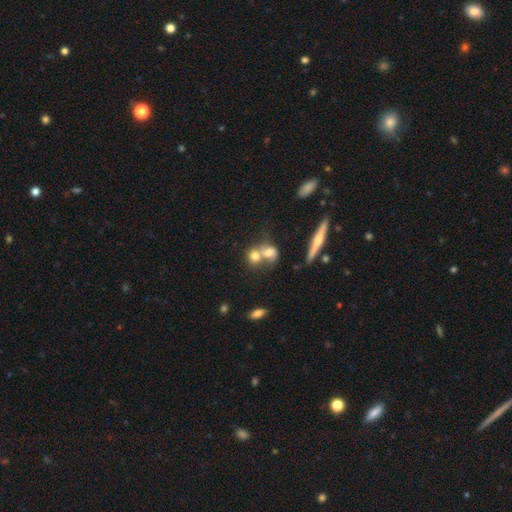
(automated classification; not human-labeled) This is likely a smooth galaxy (70%). How rounded: likely round (65%). Merging: possibly merger (59%).